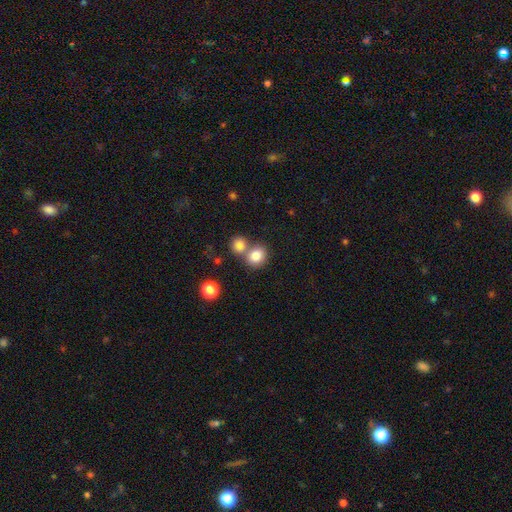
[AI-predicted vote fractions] Smooth or featured?
  - smooth: 82% *
  - star or artifact: 10%
  - featured or disk: 8%
How rounded?
  - round: 65% *
  - in between: 34%
  - cigar-shaped: 1%
Merging?
  - none: 49% *
  - merger: 39%
  - minor disturbance: 8%
  - major disturbance: 3%